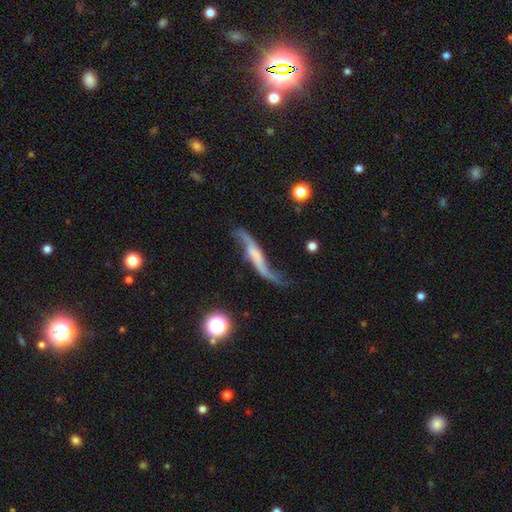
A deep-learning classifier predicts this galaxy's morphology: smooth_or_featured: featured or disk (p=0.77) [alt: smooth p=0.15]
disk_edge_on: no (p=0.67) [alt: yes p=0.33]
bar: no (p=0.49) [alt: weak p=0.30]
has_spiral_arms: yes (p=0.91) [alt: no p=0.09]
bulge_size: none (p=0.55) [alt: small p=0.24]
merging: none (p=0.50) [alt: minor disturbance p=0.26]